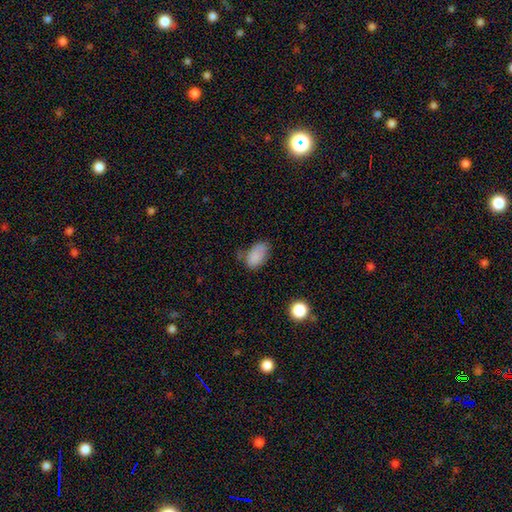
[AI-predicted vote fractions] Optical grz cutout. It shows a smooth galaxy with no disk features (85%) that is in between round and cigar-shaped (92%). Merging: none (55%).